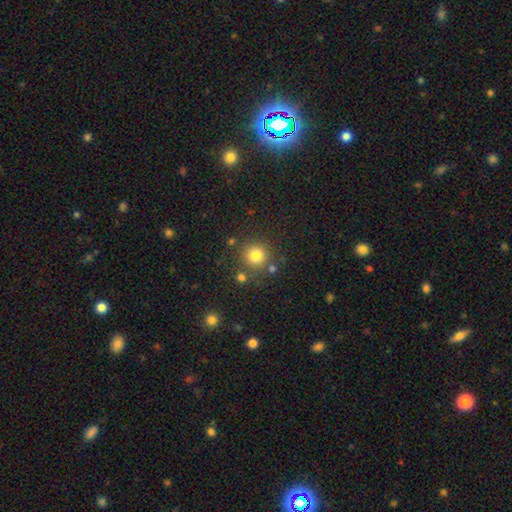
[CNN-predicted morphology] The model was most divided on "smooth or featured": smooth: 81%, star or artifact: 14%, featured or disk: 6%. More confident: how rounded — round (94%); merging — none (81%).